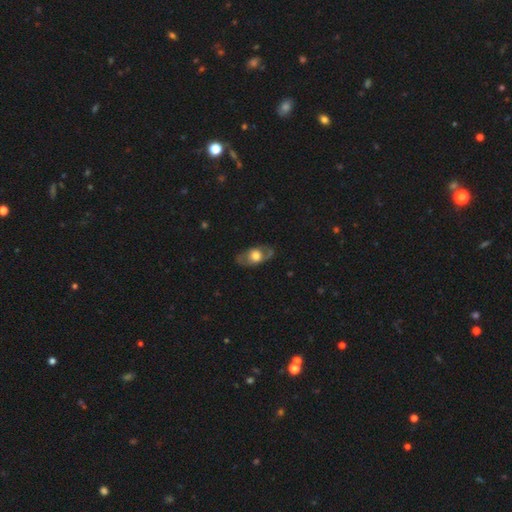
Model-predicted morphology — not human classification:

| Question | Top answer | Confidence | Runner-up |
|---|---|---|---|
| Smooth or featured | featured or disk | 49% | smooth (44%) |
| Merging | none | 71% | minor disturbance (18%) |